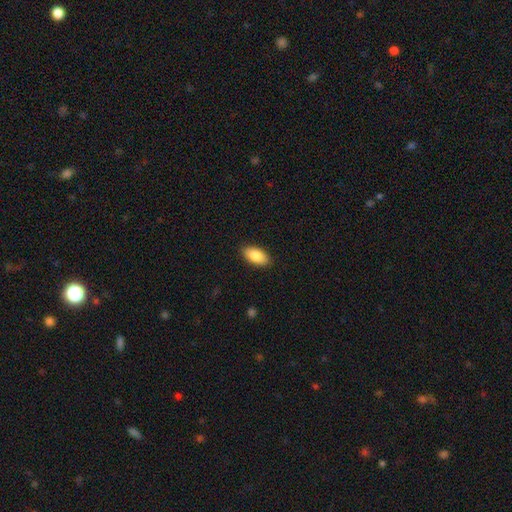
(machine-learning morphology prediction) smooth 87%, featured or disk 7%, star or artifact 6%. Down the decision tree: how rounded — in between (94%); merging — none (89%).